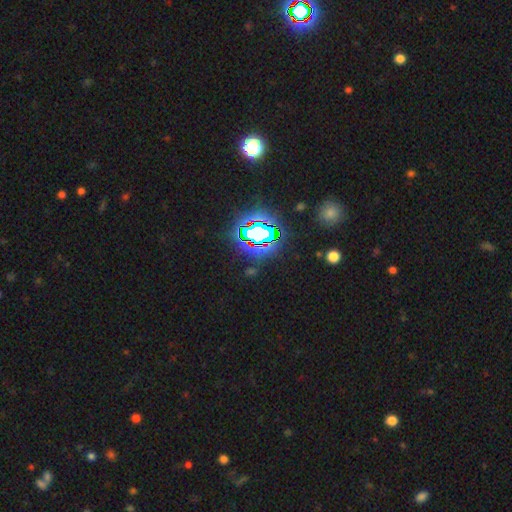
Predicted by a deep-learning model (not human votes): Smooth or featured: star or artifact — 81% (smooth — 11%)